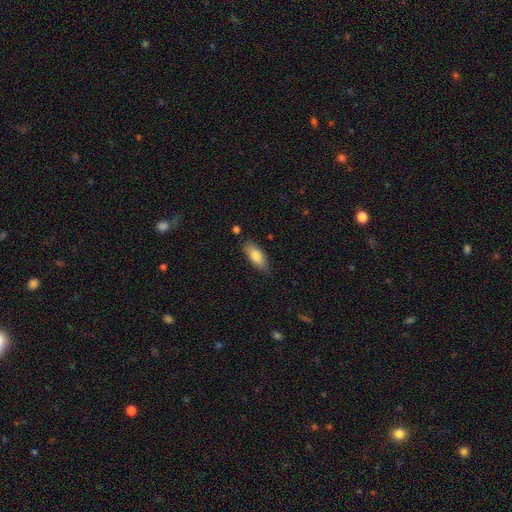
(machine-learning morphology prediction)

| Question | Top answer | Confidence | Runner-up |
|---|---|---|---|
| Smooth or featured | smooth | 82% | featured or disk (12%) |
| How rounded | in between | 80% | cigar-shaped (18%) |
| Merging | none | 80% | minor disturbance (15%) |